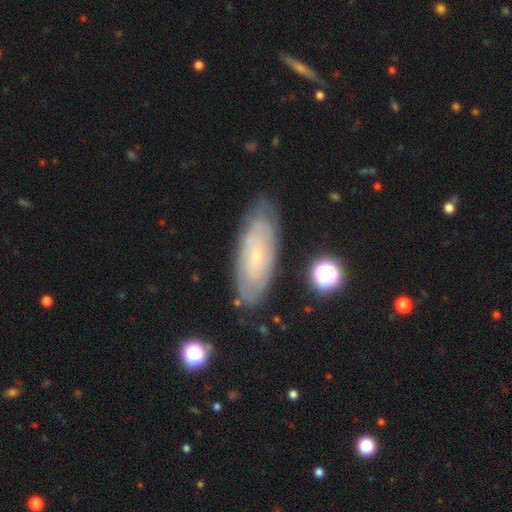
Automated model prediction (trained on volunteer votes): The model was most divided on "smooth or featured": featured or disk: 65%, smooth: 28%, star or artifact: 8%. More confident: edge-on disk — no (86%); bulge size — small (85%); merging — none (81%); bar — no (78%); spiral arms — yes (76%).